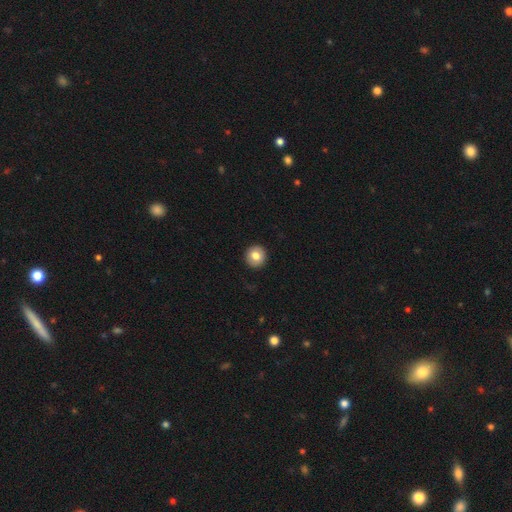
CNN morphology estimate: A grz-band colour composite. It shows a smooth galaxy with no disk features (81%) that is round (92%). Merging: none (92%).